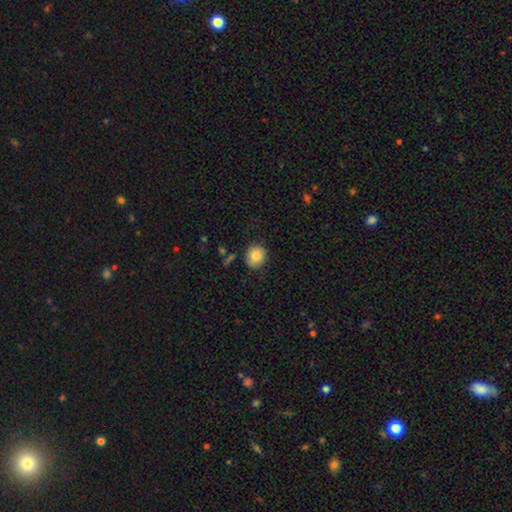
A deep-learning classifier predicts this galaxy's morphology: A smooth galaxy with no disk features (85%) that is round (84%). Merging: none (84%).